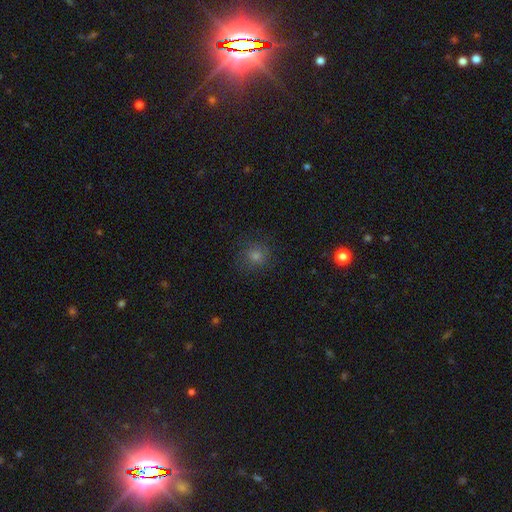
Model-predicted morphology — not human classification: smooth 66%, star or artifact 25%, featured or disk 9%. Down the decision tree: how rounded — round (90%); merging — none (85%).